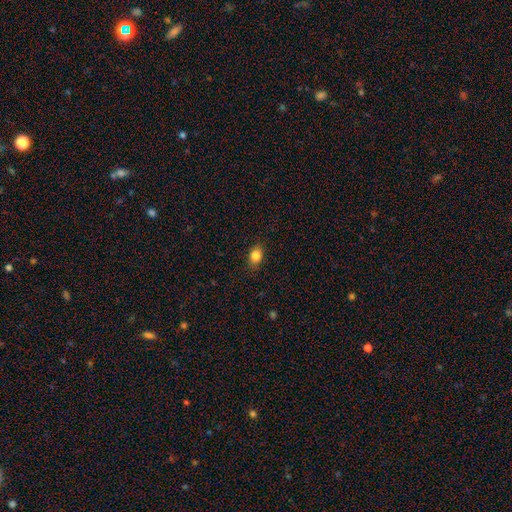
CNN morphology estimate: Overall: smooth (84%). How rounded: in between (66%; round 33%). Merging: none (86%).